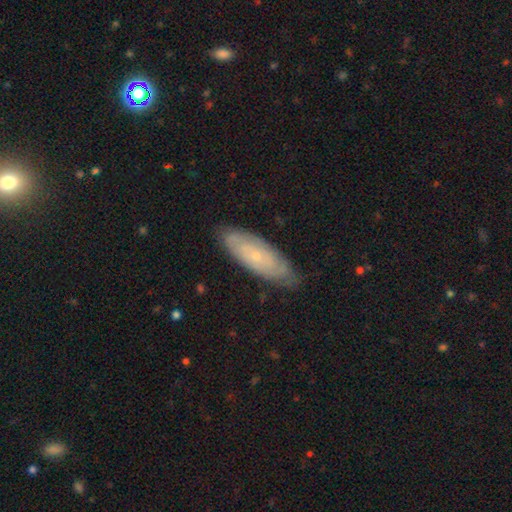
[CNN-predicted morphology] This is likely a featured or disk galaxy (61%). It is clearly not viewed edge-on (82%). Bar: clearly no (82%). Spiral arm pattern: likely yes (76%). Central bulge: clearly small (80%). Merging: likely none (78%).